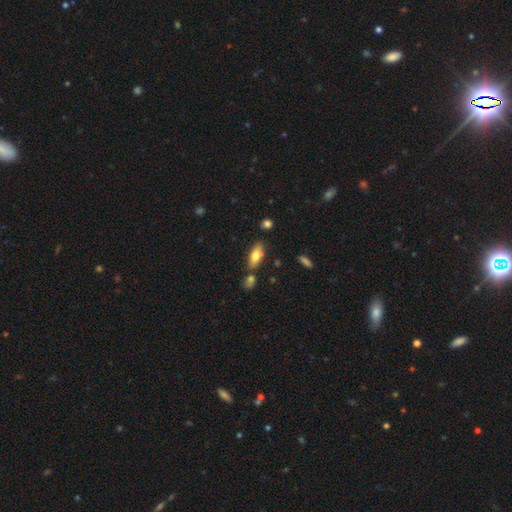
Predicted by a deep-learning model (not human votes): smooth-or-featured: smooth: 75% | featured or disk: 18% | star or artifact: 7%
  how-rounded: in between: 77% | cigar-shaped: 20% | round: 3%
  merging: none: 72% | minor disturbance: 14% | merger: 10% | major disturbance: 3%